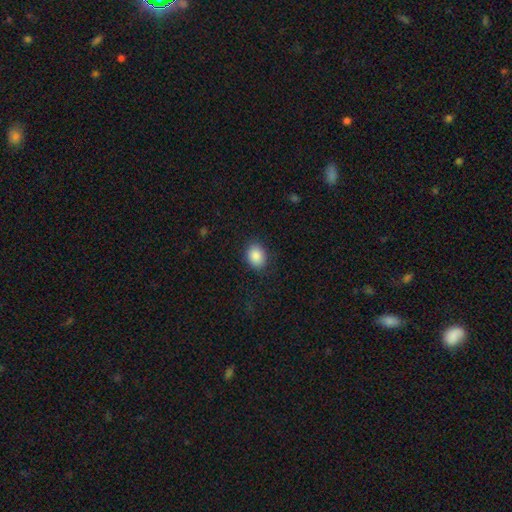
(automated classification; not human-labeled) This is clearly a smooth galaxy (88%). How rounded: possibly in between (56%). Merging: clearly none (86%).